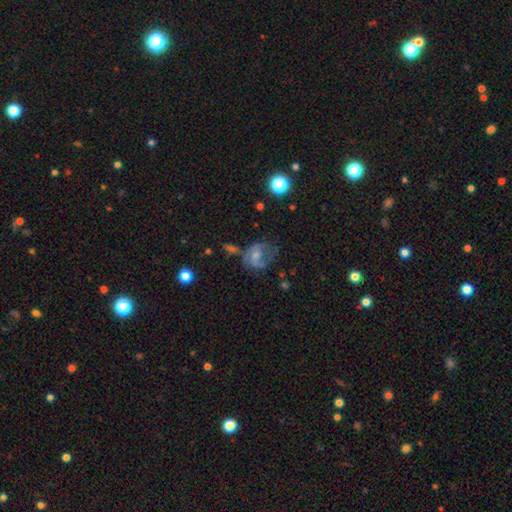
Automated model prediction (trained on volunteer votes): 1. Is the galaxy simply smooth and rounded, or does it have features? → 49% featured or disk, 40% smooth, 11% star or artifact.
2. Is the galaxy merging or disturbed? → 36% major disturbance, 30% none, 23% minor disturbance, 11% merger.